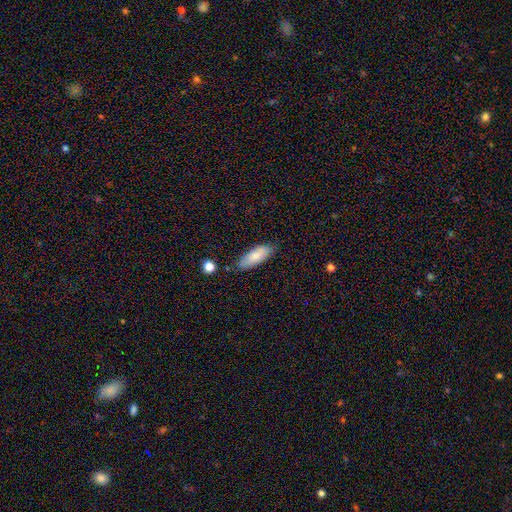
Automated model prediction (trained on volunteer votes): Smooth or featured? Predicted: smooth (p=0.81). How rounded? Predicted: in between (p=0.70). Merging? Predicted: none (p=0.78).